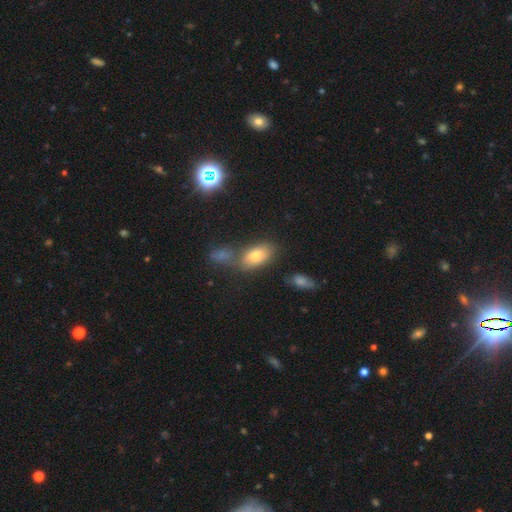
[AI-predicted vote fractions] A smooth galaxy with no disk features (74%) that is in between round and cigar-shaped (90%). Merging: none (61%).